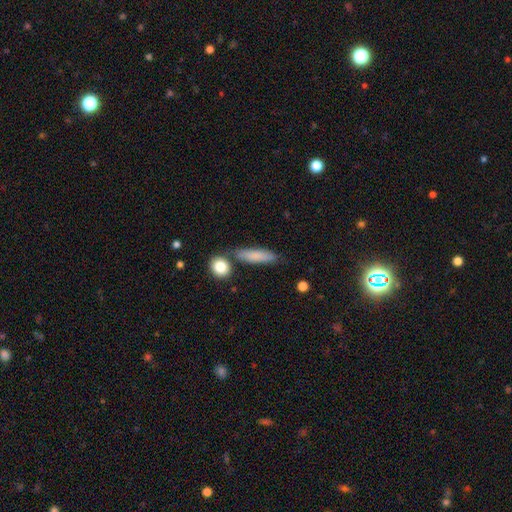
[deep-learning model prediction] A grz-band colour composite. It shows a smooth galaxy with no disk features (81%) that is cigar-shaped (68%). Merging: none (76%).